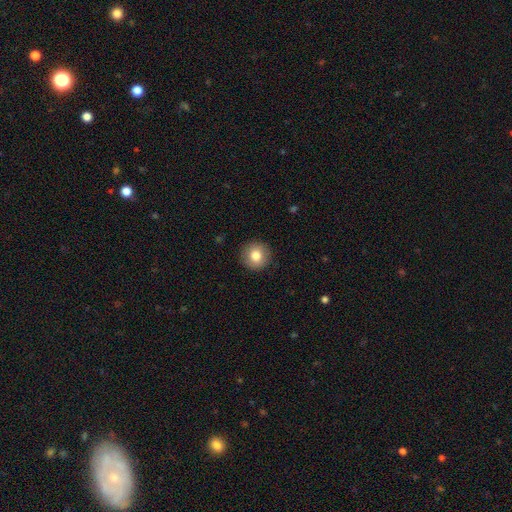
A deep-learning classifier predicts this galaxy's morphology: Q: Smooth or featured?
A: smooth (82%); runner-up: featured or disk (10%)
Q: How rounded?
A: round (94%); runner-up: in between (5%)
Q: Merging?
A: none (92%); runner-up: minor disturbance (5%)